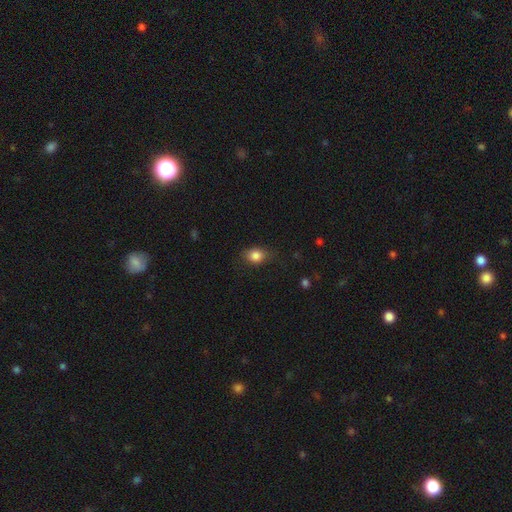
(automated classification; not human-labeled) Morphology: type=smooth (83%); roundness=in between (61%); merging=none (75%).